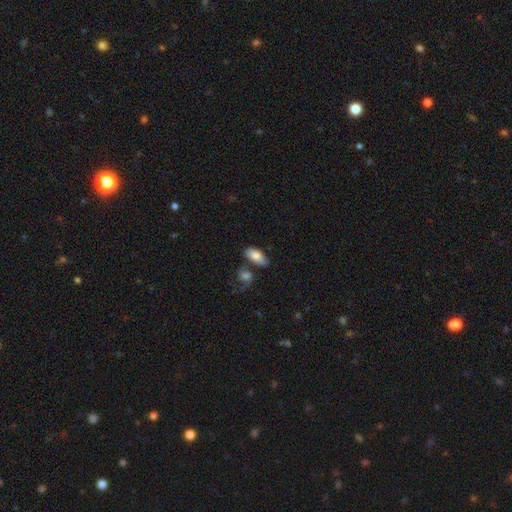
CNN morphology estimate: Smooth or featured? smooth (79%)
How rounded? in between (90%)
Merging? none (55%)